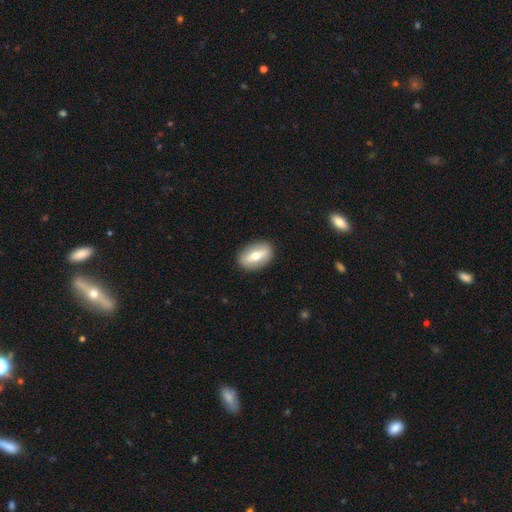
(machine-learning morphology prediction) type=smooth (50%); roundness=in between (82%); merging=none (88%).